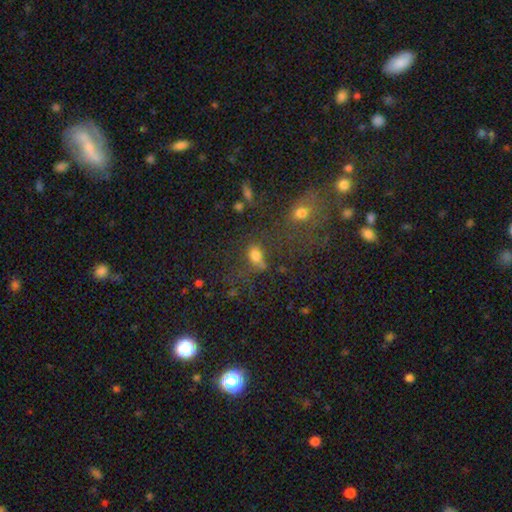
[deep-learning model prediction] A smooth galaxy with no disk features (63%) that is in between round and cigar-shaped (60%). Merging: none (49%).